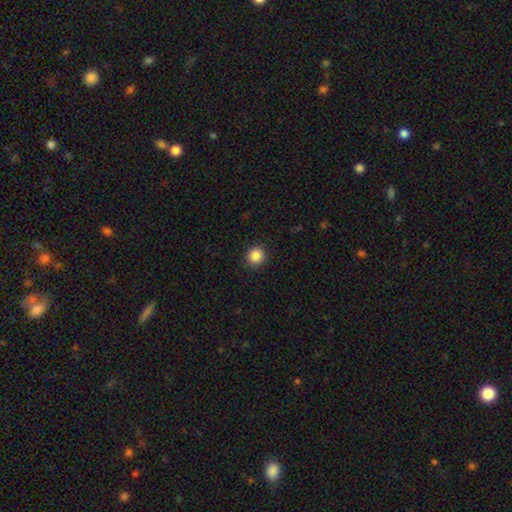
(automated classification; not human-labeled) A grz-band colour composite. It shows a smooth galaxy with no disk features (87%) that is round (91%). Merging: none (91%).